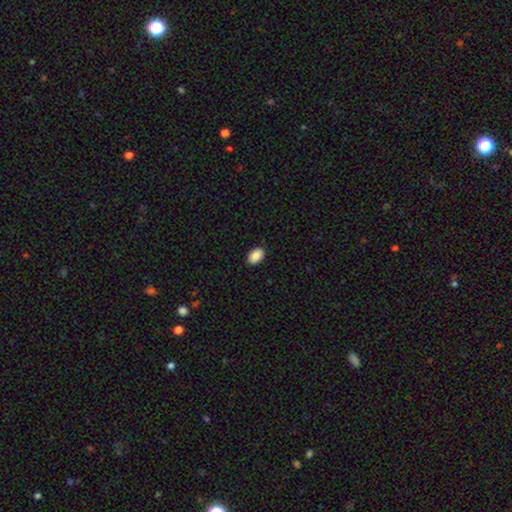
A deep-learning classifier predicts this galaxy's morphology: Overall: smooth (90%). How rounded: in between (90%). Merging: none (89%).